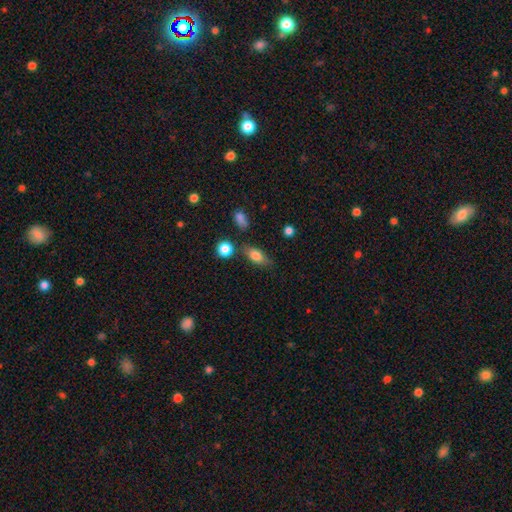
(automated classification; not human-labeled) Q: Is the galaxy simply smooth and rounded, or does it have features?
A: smooth — 77%.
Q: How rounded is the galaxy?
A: in between — 80%.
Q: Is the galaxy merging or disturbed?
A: none — 72%.